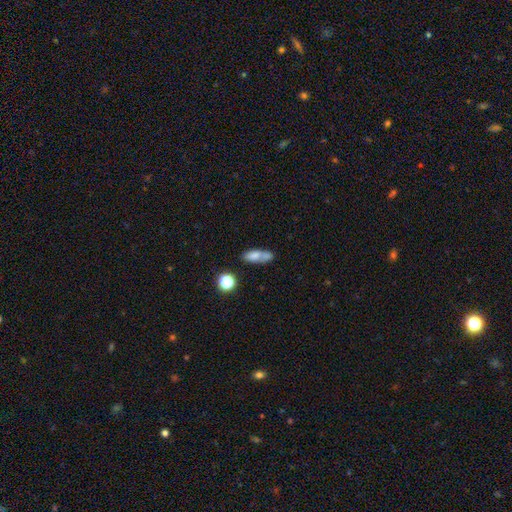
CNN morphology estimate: type=smooth (69%); roundness=in between (65%); merging=none (43%).